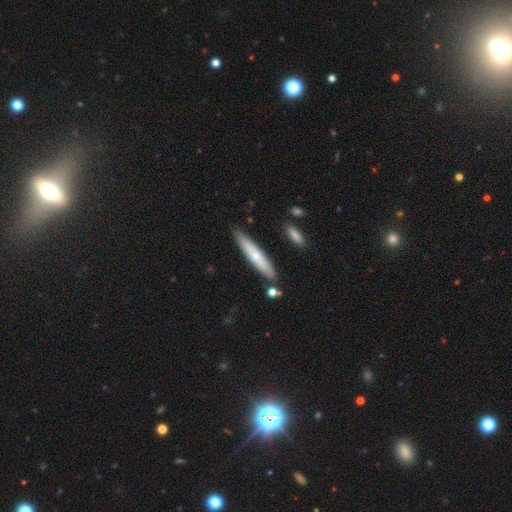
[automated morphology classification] smooth 52%, featured or disk 42%, star or artifact 6%. Down the decision tree: how rounded — cigar-shaped (88%); merging — none (84%).